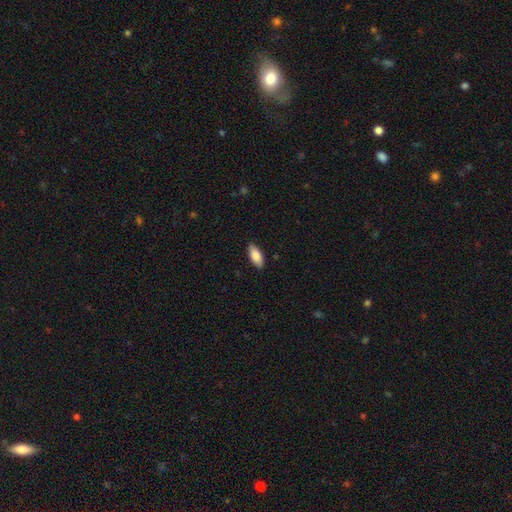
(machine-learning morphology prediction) The model was most divided on "how rounded": in between: 85%, cigar-shaped: 13%, round: 2%. More confident: merging — none (87%); smooth or featured — smooth (87%).